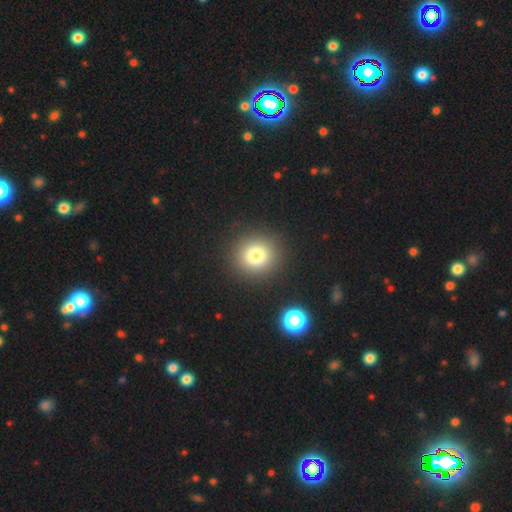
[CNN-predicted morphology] type=smooth (78%); roundness=round (90%); merging=none (90%).